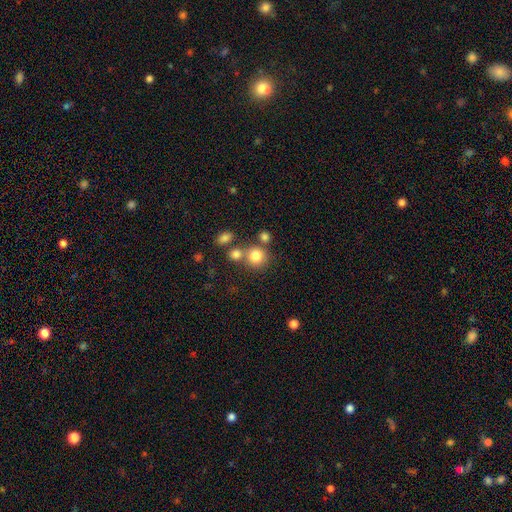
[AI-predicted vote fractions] Q: Smooth or featured?
A: smooth (80%); runner-up: star or artifact (12%)
Q: How rounded?
A: round (87%); runner-up: in between (12%)
Q: Merging?
A: none (63%); runner-up: merger (23%)